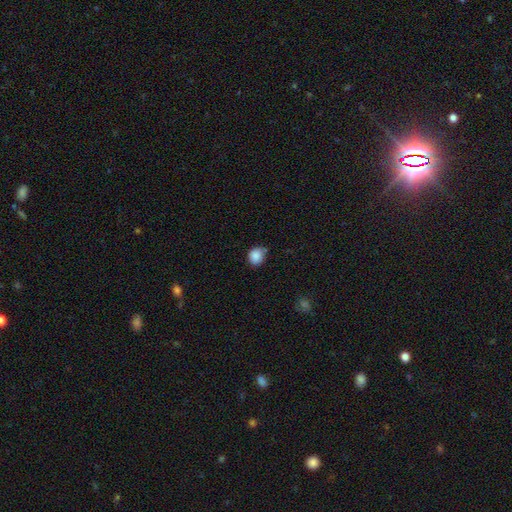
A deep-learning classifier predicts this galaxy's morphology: The model was most divided on "merging": none: 69%, minor disturbance: 23%, merger: 4%, major disturbance: 4%. More confident: smooth or featured — smooth (87%); how rounded — round (74%).